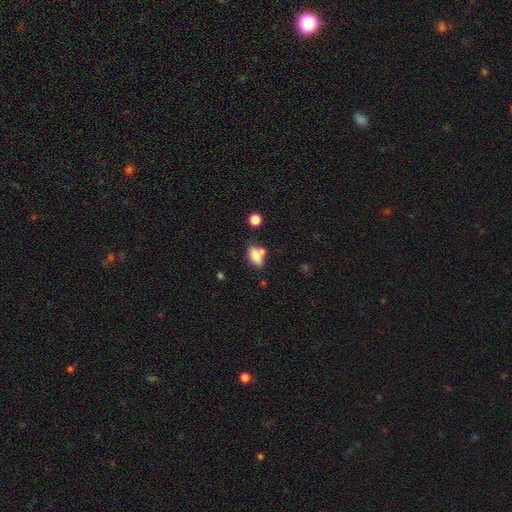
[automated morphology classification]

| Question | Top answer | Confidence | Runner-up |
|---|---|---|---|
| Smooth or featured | smooth | 79% | featured or disk (11%) |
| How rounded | in between | 85% | cigar-shaped (8%) |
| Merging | none | 52% | merger (25%) |